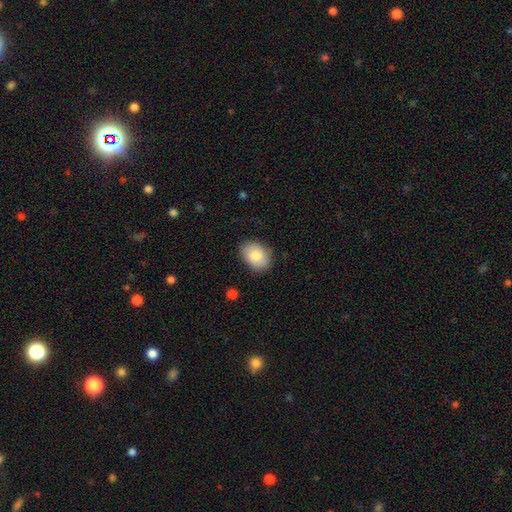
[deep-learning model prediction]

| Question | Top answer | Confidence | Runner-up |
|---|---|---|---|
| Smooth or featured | smooth | 81% | featured or disk (12%) |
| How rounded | in between | 79% | round (20%) |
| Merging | none | 82% | minor disturbance (14%) |